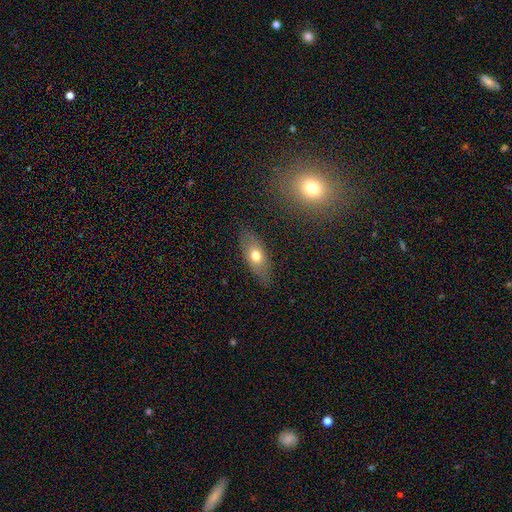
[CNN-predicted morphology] A smooth galaxy with no disk features (65%) that is in between round and cigar-shaped (77%).

Vote fractions:
- Smooth or featured? smooth: 65% / featured or disk: 26% / star or artifact: 9%
- How rounded? in between: 77% / cigar-shaped: 15% / round: 7%
- Merging? none: 82% / minor disturbance: 13% / major disturbance: 3% / merger: 2%